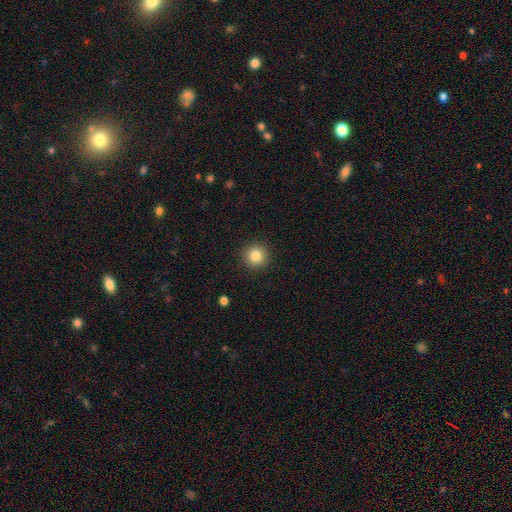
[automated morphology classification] type=smooth (84%); roundness=round (95%); merging=none (92%).